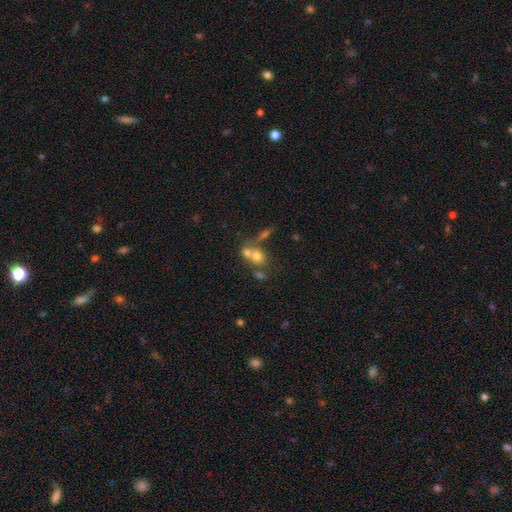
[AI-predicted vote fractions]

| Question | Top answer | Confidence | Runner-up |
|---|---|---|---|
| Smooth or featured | smooth | 63% | featured or disk (20%) |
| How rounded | round | 70% | in between (28%) |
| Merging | merger | 53% | none (34%) |